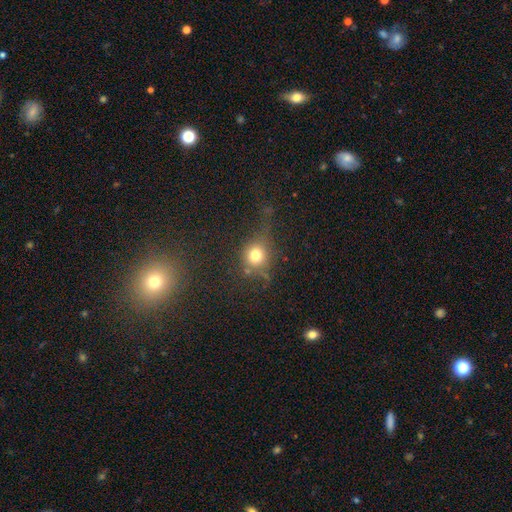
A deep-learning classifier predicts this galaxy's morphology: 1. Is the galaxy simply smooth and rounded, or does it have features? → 72% smooth, 16% star or artifact, 12% featured or disk.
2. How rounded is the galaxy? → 80% round, 18% in between, 2% cigar-shaped.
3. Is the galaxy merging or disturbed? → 60% none, 21% minor disturbance, 14% major disturbance, 5% merger.